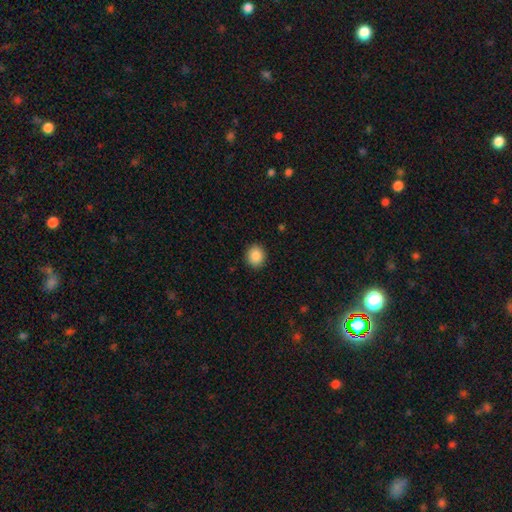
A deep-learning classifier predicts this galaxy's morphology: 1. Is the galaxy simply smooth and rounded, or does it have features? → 88% smooth, 8% star or artifact, 4% featured or disk.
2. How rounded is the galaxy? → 76% round, 24% in between, 1% cigar-shaped.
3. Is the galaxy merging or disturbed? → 91% none, 6% minor disturbance, 2% major disturbance, 1% merger.